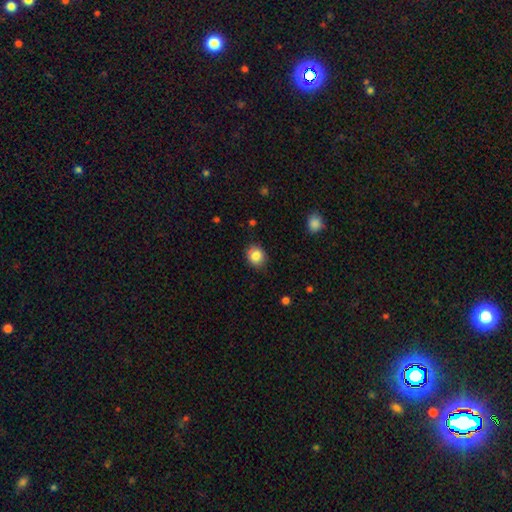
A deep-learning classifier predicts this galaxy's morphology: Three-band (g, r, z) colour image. It shows a smooth galaxy with no disk features (85%) that is round (72%). Merging: none (84%).